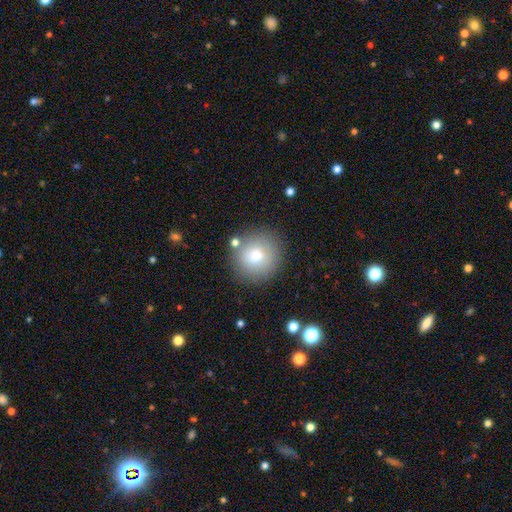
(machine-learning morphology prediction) A smooth galaxy with no disk features (77%) that is round (93%).

Vote fractions:
- Smooth or featured? smooth: 77% / featured or disk: 12% / star or artifact: 11%
- How rounded? round: 93% / in between: 6% / cigar-shaped: 1%
- Merging? none: 84% / minor disturbance: 9% / merger: 4% / major disturbance: 3%